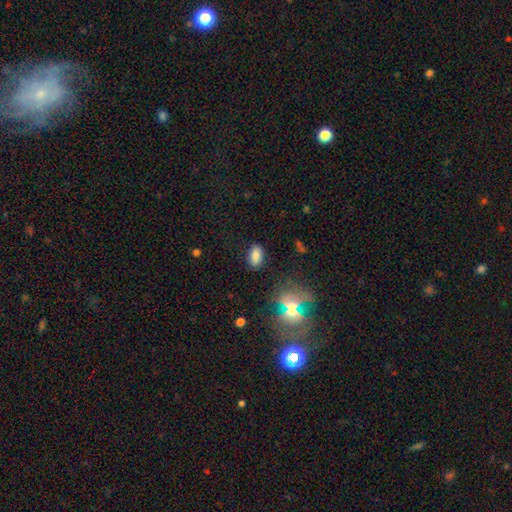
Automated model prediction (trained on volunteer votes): A smooth galaxy with no disk features (81%) that is in between round and cigar-shaped (90%). Merging: none (85%).